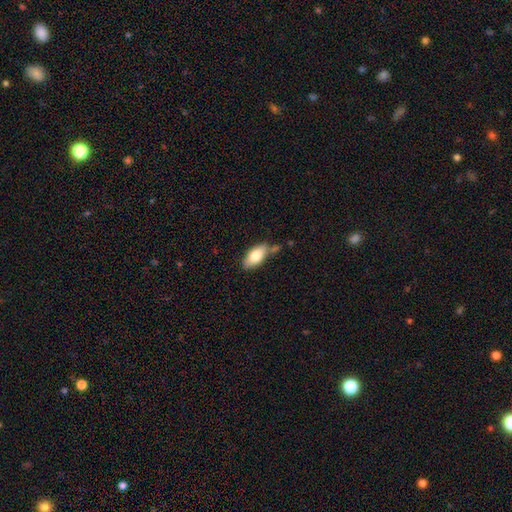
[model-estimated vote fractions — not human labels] Smooth or featured?
  - smooth: 78% *
  - featured or disk: 15%
  - star or artifact: 7%
How rounded?
  - in between: 90% *
  - cigar-shaped: 7%
  - round: 3%
Merging?
  - none: 61% *
  - minor disturbance: 21%
  - merger: 13%
  - major disturbance: 5%